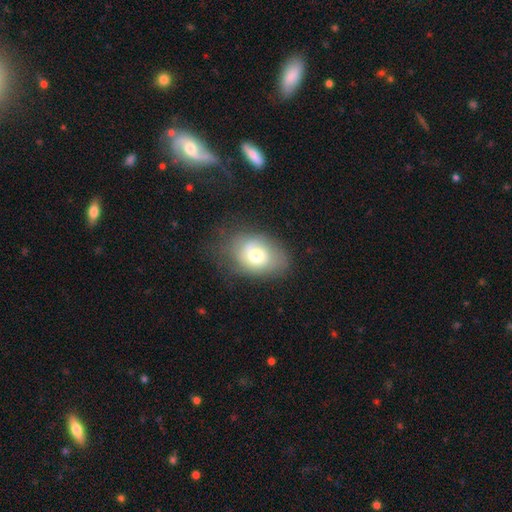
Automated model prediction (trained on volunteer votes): smooth-or-featured: smooth: 61% | featured or disk: 30% | star or artifact: 9%
  how-rounded: in between: 71% | round: 28% | cigar-shaped: 1%
  merging: none: 58% | minor disturbance: 27% | major disturbance: 13% | merger: 2%